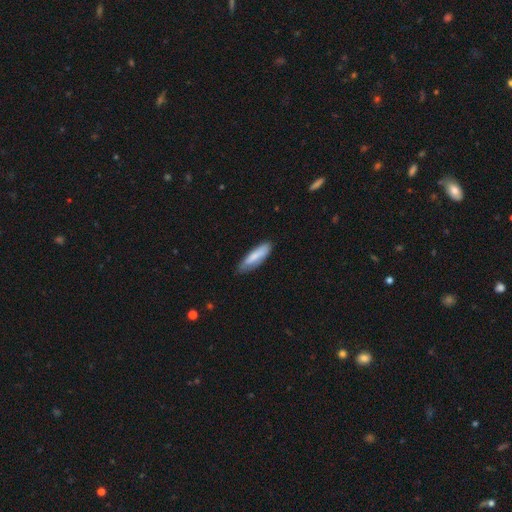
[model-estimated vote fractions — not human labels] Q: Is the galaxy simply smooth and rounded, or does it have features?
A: smooth — 77%.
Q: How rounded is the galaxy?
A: cigar-shaped — 63%.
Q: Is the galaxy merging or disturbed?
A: none — 71%.